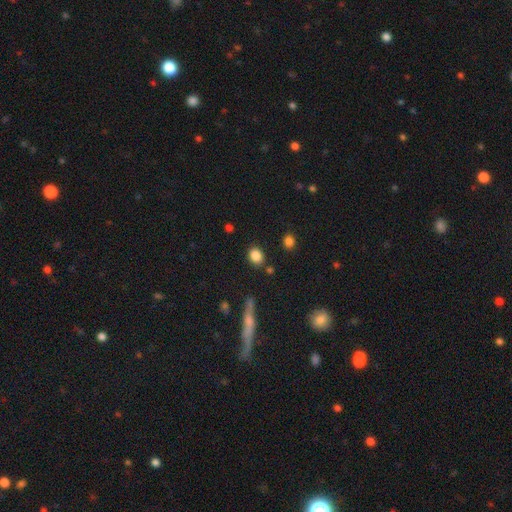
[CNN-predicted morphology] smooth_or_featured: smooth (p=0.85) [alt: star or artifact p=0.10]
how_rounded: round (p=0.49) [tied with: in between p=0.49]
merging: none (p=0.82) [alt: minor disturbance p=0.10]